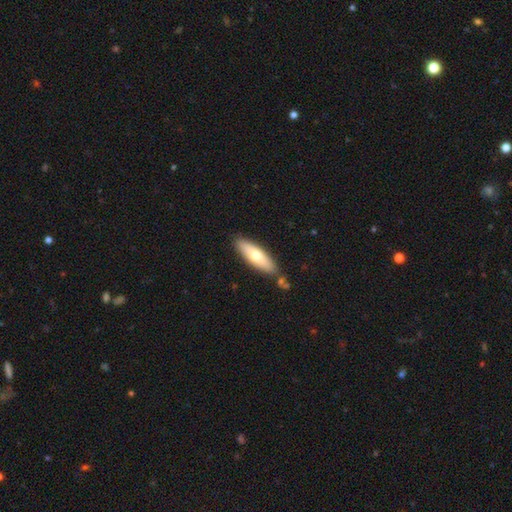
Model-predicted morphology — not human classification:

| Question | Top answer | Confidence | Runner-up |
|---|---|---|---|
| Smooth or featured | smooth | 64% | featured or disk (30%) |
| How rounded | cigar-shaped | 54% | in between (44%) |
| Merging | none | 79% | minor disturbance (12%) |